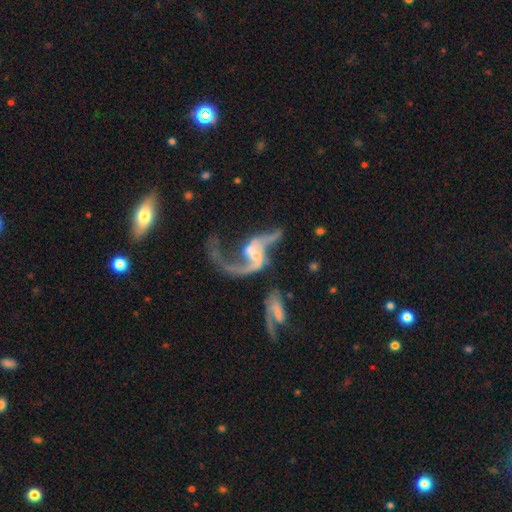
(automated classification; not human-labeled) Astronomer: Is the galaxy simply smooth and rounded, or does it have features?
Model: featured or disk — 85%.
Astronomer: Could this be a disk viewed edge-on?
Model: no — 96%.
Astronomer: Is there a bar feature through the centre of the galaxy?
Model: no — 46% (runner-up: weak, 37%).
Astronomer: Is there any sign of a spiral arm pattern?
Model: yes — 89%.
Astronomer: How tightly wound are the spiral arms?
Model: loose — 82%.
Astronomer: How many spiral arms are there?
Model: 2 — 75%.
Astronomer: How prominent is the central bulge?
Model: small — 53%.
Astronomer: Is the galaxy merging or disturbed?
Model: major disturbance — 35% (runner-up: none, 28%).